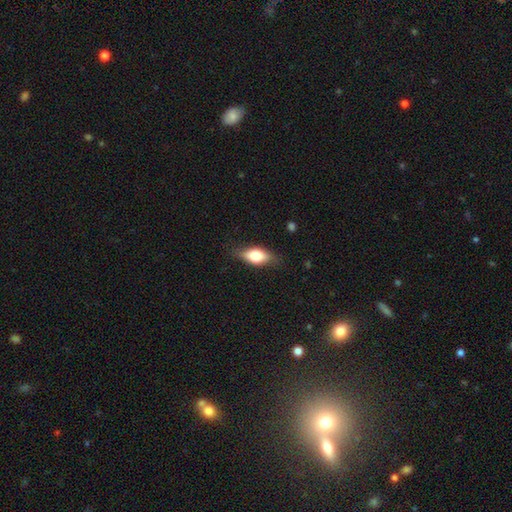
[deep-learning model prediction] Smooth or featured? smooth (69%)
How rounded? in between (82%)
Merging? none (75%)